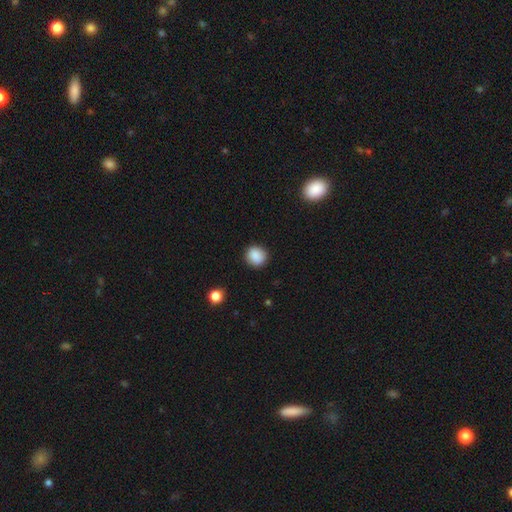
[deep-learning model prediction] Smooth or featured? smooth (88%)
How rounded? round (85%)
Merging? none (89%)